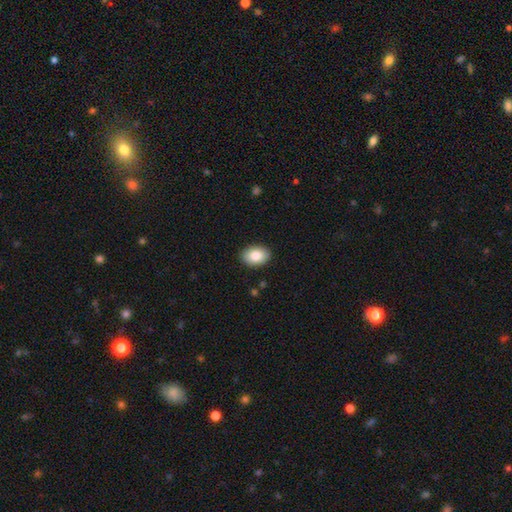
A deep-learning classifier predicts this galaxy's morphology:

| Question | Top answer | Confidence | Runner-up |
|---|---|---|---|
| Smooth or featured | smooth | 85% | featured or disk (8%) |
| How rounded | in between | 86% | round (13%) |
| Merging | none | 89% | minor disturbance (8%) |